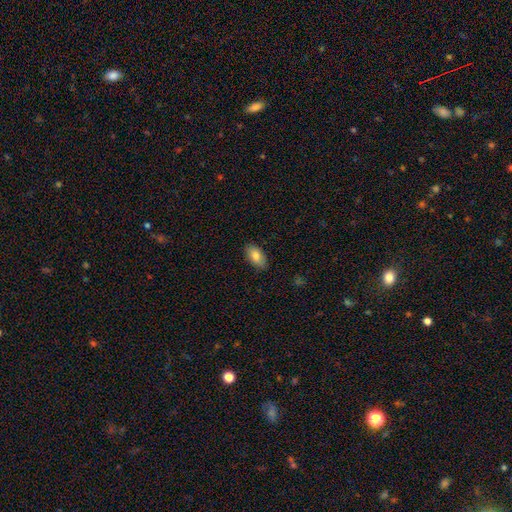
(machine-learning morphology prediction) Smooth or featured? Predicted: smooth (p=0.83). How rounded? Predicted: in between (p=0.92). Merging? Predicted: none (p=0.86).